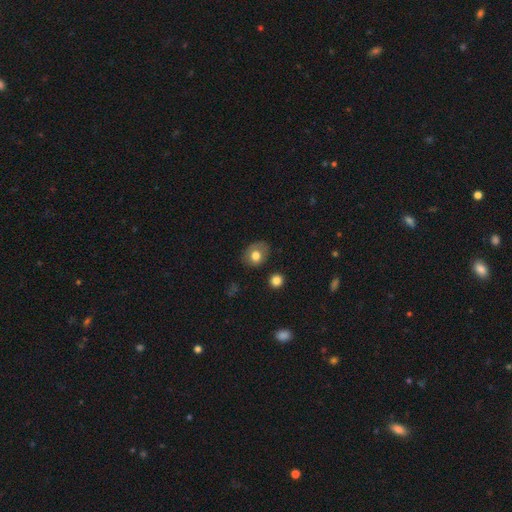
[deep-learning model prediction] A smooth galaxy with no disk features (74%) that is round (51%). Merging: none (76%).